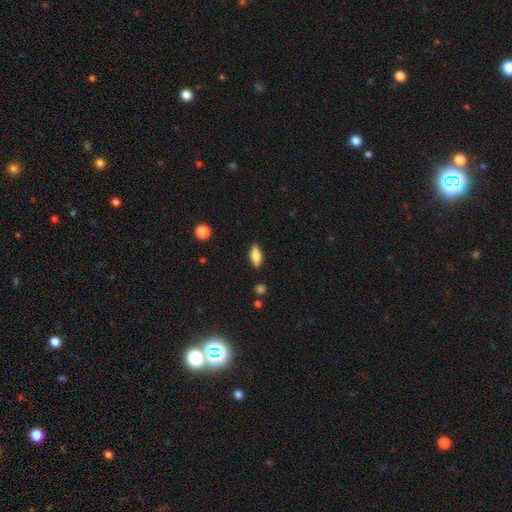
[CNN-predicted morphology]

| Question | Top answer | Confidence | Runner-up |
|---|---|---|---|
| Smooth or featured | smooth | 75% | featured or disk (18%) |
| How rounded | in between | 76% | cigar-shaped (22%) |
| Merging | none | 87% | minor disturbance (10%) |